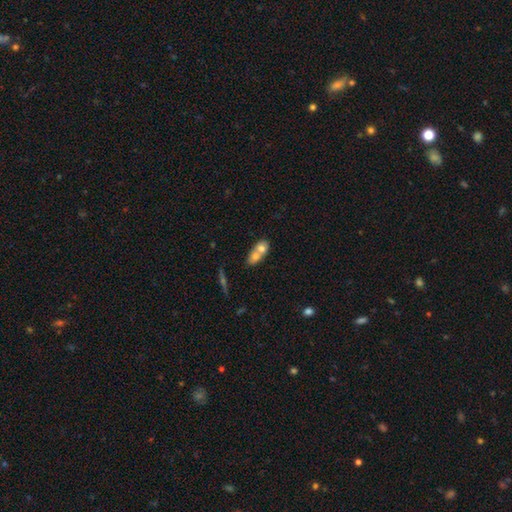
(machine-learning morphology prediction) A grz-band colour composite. It shows a smooth galaxy with no disk features (65%) that is in between round and cigar-shaped (62%). Merging: merger (75%).